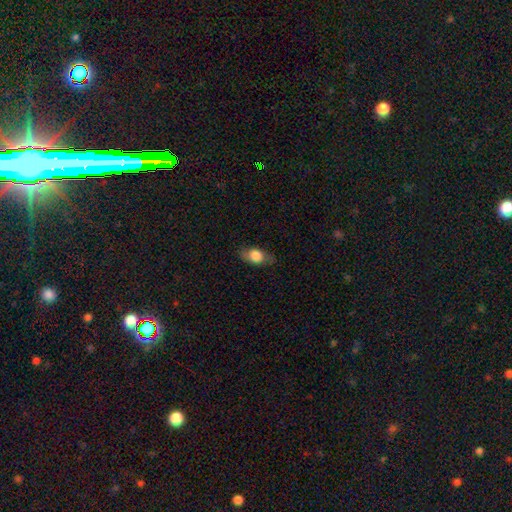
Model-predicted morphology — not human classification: type=smooth (74%); roundness=in between (80%); merging=none (75%).